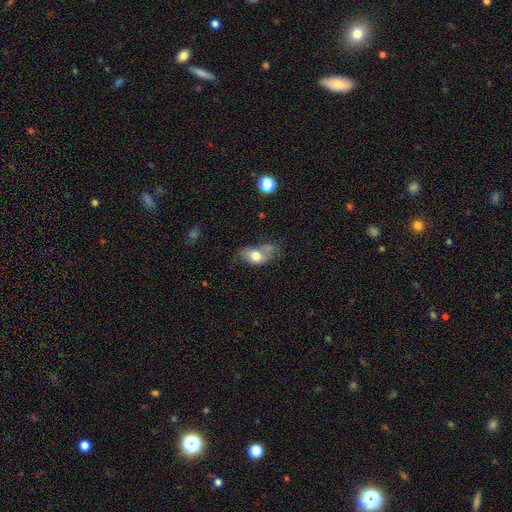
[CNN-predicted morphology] Smooth or featured: smooth — 68% (featured or disk — 24%)
How rounded: in between — 87% (round — 10%)
Merging: minor disturbance — 33% (none — 28%)